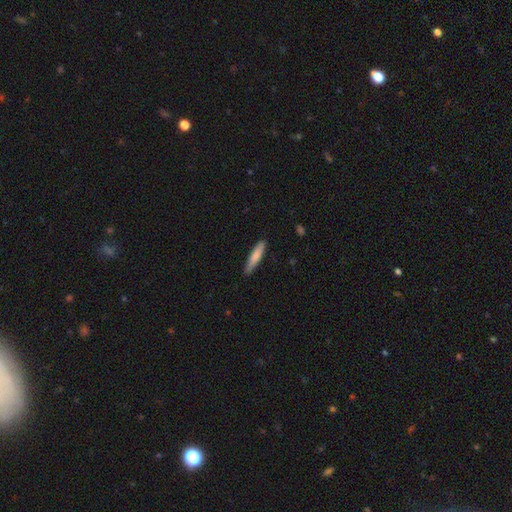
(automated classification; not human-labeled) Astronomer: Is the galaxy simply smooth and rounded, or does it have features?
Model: smooth — 78%.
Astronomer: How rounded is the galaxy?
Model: cigar-shaped — 88%.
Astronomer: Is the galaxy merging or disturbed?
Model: none — 87%.